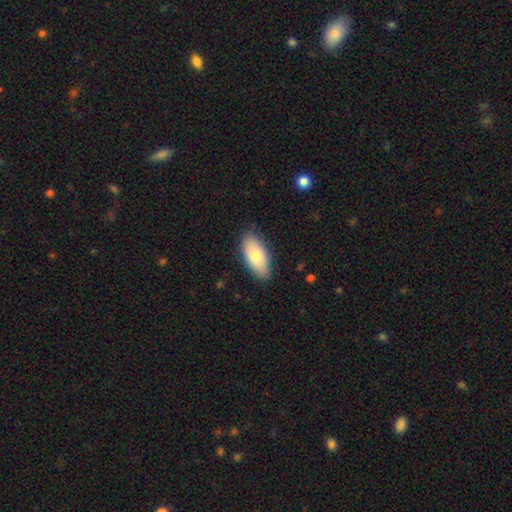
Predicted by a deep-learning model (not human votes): smooth 77%, featured or disk 17%, star or artifact 6%. Down the decision tree: how rounded — in between (90%); merging — none (84%).